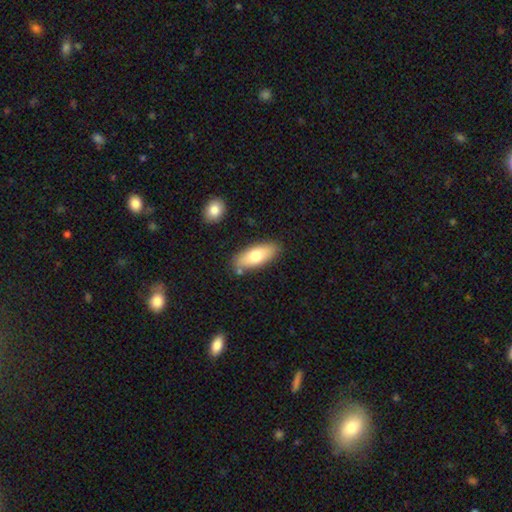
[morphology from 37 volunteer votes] Q: Smooth or featured?
A: smooth (70%); runner-up: featured or disk (24%)
Q: How rounded?
A: in between (88%); runner-up: cigar-shaped (12%)
Q: Merging?
A: none (80%); runner-up: minor disturbance (17%)